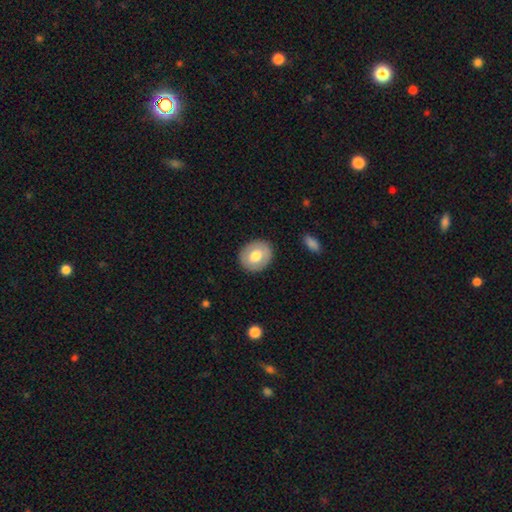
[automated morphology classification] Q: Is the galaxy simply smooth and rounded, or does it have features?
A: smooth — 70%.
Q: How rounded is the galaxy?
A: round — 61%.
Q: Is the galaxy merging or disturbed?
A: none — 88%.